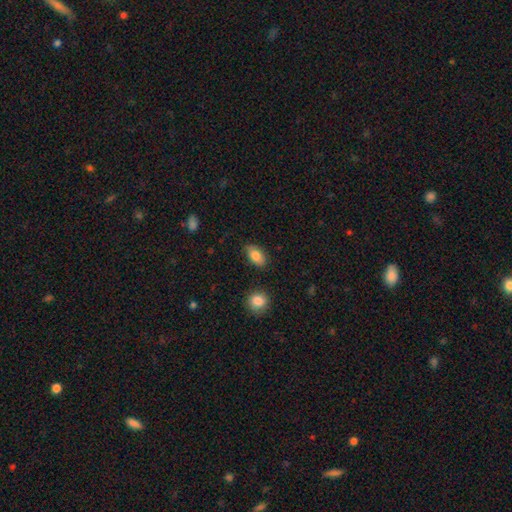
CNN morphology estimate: smooth_or_featured: smooth (p=0.83) [alt: featured or disk p=0.09]
how_rounded: in between (p=0.90) [alt: round p=0.07]
merging: none (p=0.83) [alt: minor disturbance p=0.12]